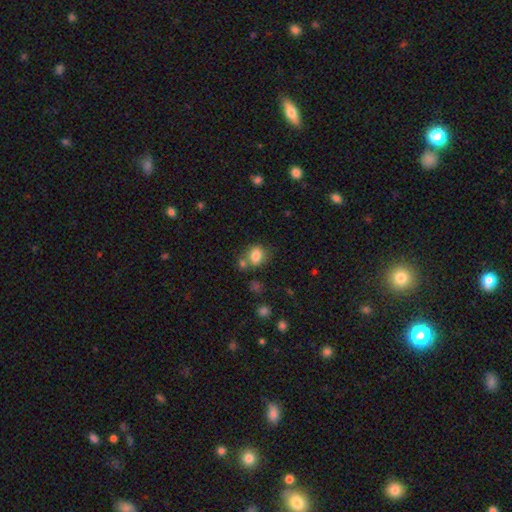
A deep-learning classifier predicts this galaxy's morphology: Q: Smooth or featured?
A: smooth (80%); runner-up: star or artifact (10%)
Q: How rounded?
A: in between (56%); runner-up: round (43%)
Q: Merging?
A: none (56%); runner-up: merger (22%)